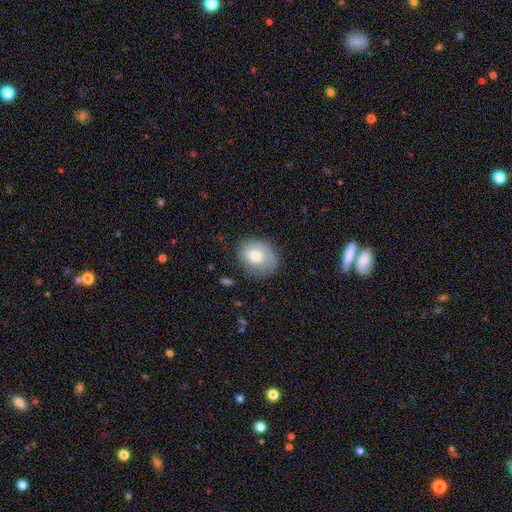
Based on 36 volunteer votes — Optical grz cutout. It shows a smooth galaxy with no disk features (89%) that is round (53%). Merging: none (75%).